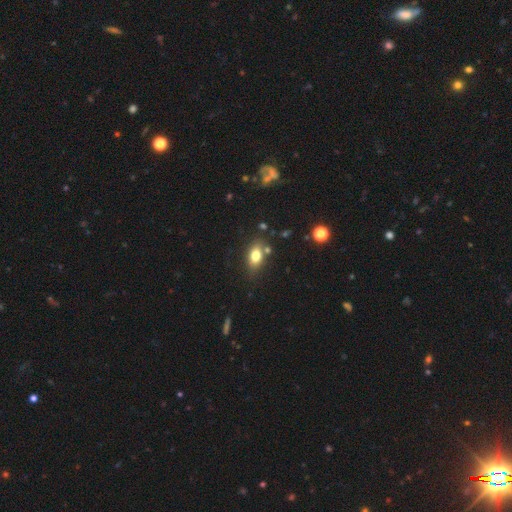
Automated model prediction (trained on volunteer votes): This is likely a smooth galaxy (76%). How rounded: clearly in between (82%). Merging: likely none (75%).